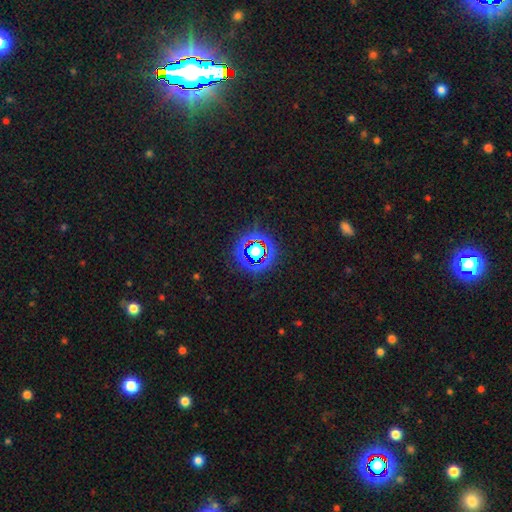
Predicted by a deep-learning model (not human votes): Smooth or featured: star or artifact — 79% (smooth — 13%)